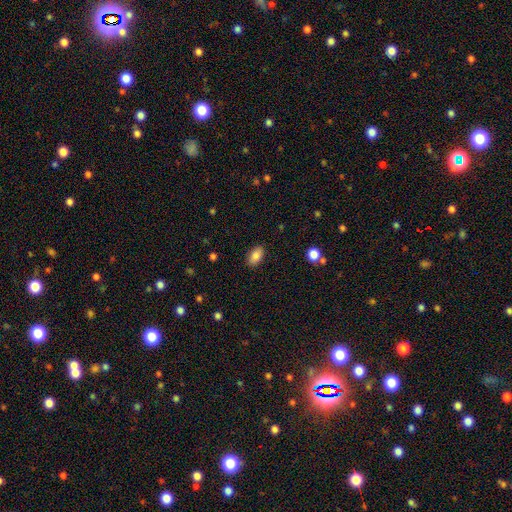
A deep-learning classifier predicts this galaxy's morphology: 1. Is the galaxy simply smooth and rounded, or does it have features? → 86% smooth, 8% star or artifact, 5% featured or disk.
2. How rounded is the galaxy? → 92% in between, 5% round, 3% cigar-shaped.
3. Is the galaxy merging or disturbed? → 88% none, 8% minor disturbance, 2% major disturbance, 1% merger.